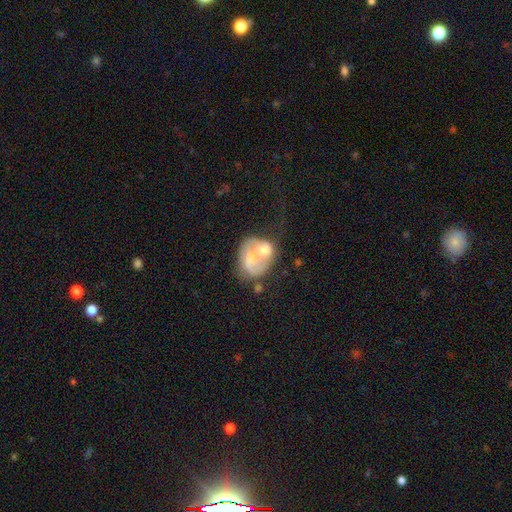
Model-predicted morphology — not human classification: Smooth or featured: featured or disk — 49% (smooth — 42%)
Merging: merger — 31% (major disturbance — 26%)